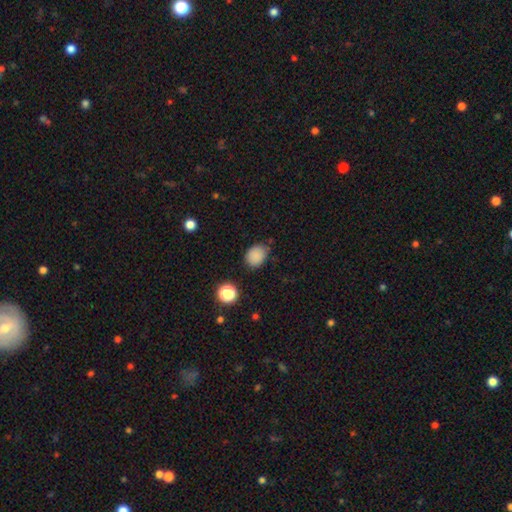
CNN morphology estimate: This appears to be a smooth galaxy with no disk features (85%) that is in between round and cigar-shaped (54%). Merging: none (73%).